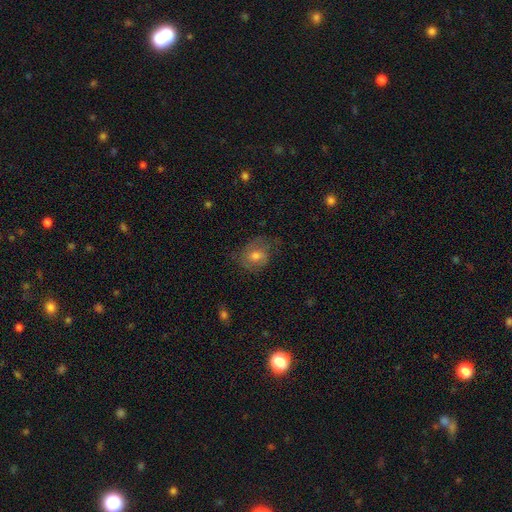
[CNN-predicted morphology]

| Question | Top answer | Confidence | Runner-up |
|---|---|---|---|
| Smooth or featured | featured or disk | 50% | smooth (37%) |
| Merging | none | 59% | minor disturbance (23%) |